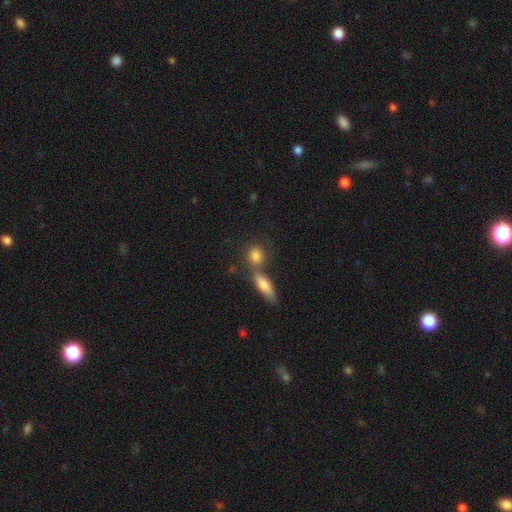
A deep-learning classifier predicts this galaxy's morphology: Smooth or featured?
  - smooth: 81% *
  - featured or disk: 10%
  - star or artifact: 9%
How rounded?
  - round: 61% *
  - in between: 32%
  - cigar-shaped: 7%
Merging?
  - none: 53% *
  - merger: 33%
  - minor disturbance: 10%
  - major disturbance: 4%